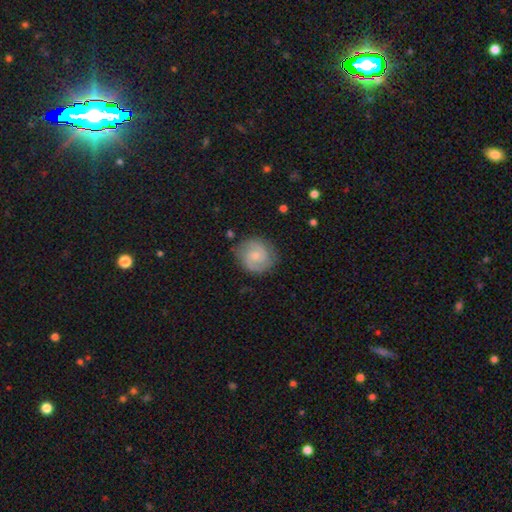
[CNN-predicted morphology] smooth_or_featured: featured or disk (p=0.61) [alt: smooth p=0.33]
disk_edge_on: no (p=0.98) [alt: yes p=0.02]
bar: no (p=0.59) [alt: weak p=0.37]
has_spiral_arms: yes (p=0.92) [alt: no p=0.08]
spiral_winding: medium (p=0.45) [alt: tight p=0.41]
spiral_arm_count: 2 (p=0.82) [alt: can't tell p=0.10]
bulge_size: small (p=0.54) [alt: moderate p=0.33]
merging: none (p=0.81) [alt: minor disturbance p=0.14]